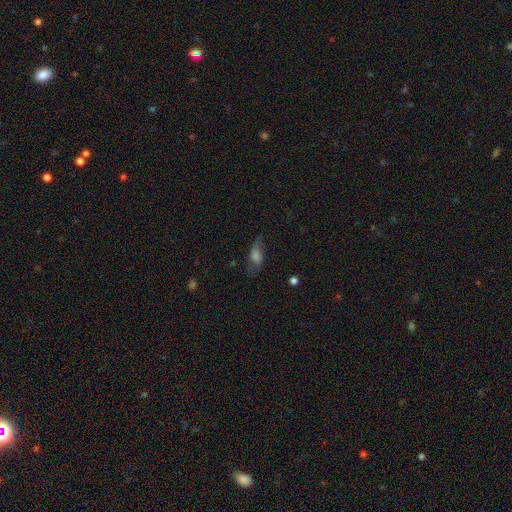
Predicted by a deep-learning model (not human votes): This appears to be a smooth galaxy with no disk features (45%). Merging: none (55%).